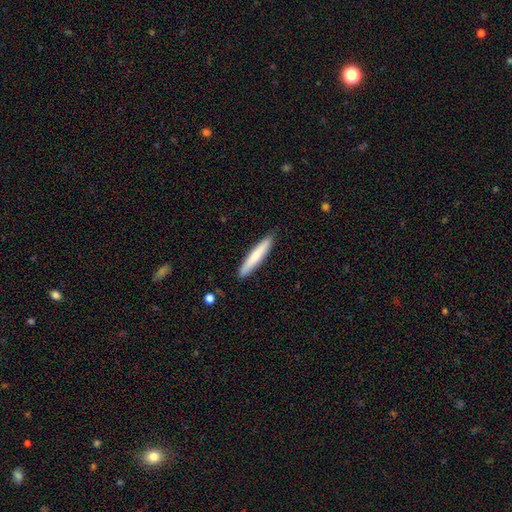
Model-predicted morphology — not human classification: Q: Smooth or featured?
A: smooth (72%); runner-up: featured or disk (22%)
Q: How rounded?
A: cigar-shaped (94%); runner-up: in between (5%)
Q: Merging?
A: none (89%); runner-up: minor disturbance (8%)